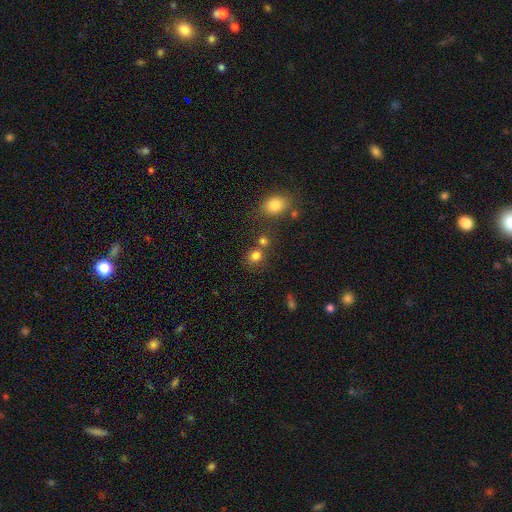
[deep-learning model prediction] Smooth or featured?
  - smooth: 79% *
  - star or artifact: 14%
  - featured or disk: 6%
How rounded?
  - round: 73% *
  - in between: 26%
  - cigar-shaped: 1%
Merging?
  - none: 62% *
  - merger: 24%
  - minor disturbance: 10%
  - major disturbance: 4%